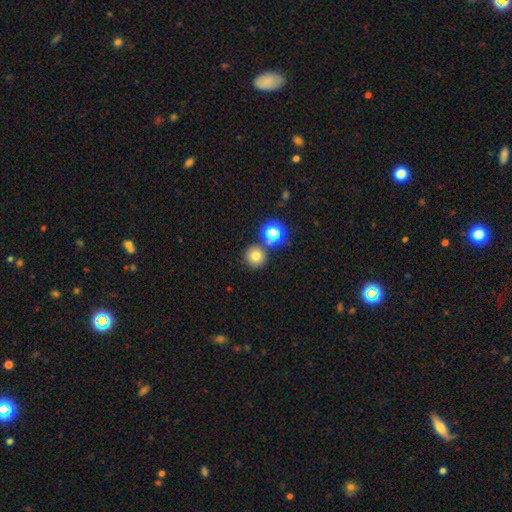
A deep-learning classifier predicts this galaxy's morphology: This is likely a smooth galaxy (72%). How rounded: clearly round (93%). Merging: likely none (76%).